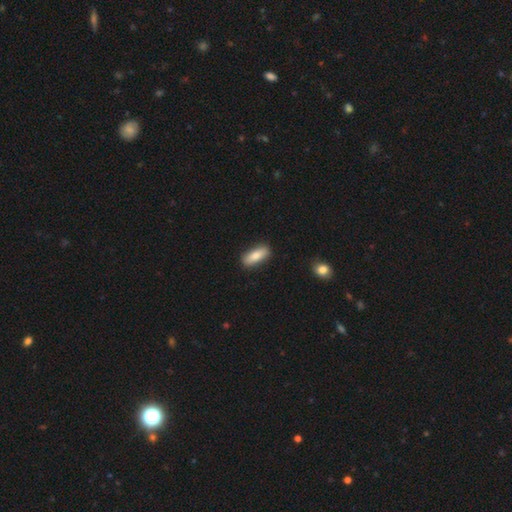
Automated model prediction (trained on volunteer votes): Overall: smooth (82%). How rounded: in between (66%; cigar-shaped 32%). Merging: none (87%).